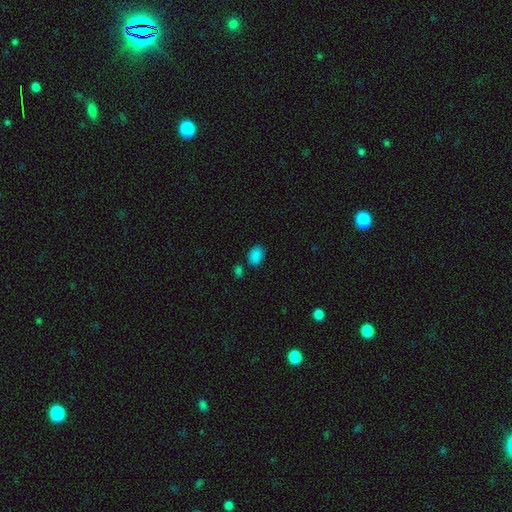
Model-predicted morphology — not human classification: This is clearly a smooth galaxy (84%). How rounded: likely in between (77%). Merging: likely none (74%).